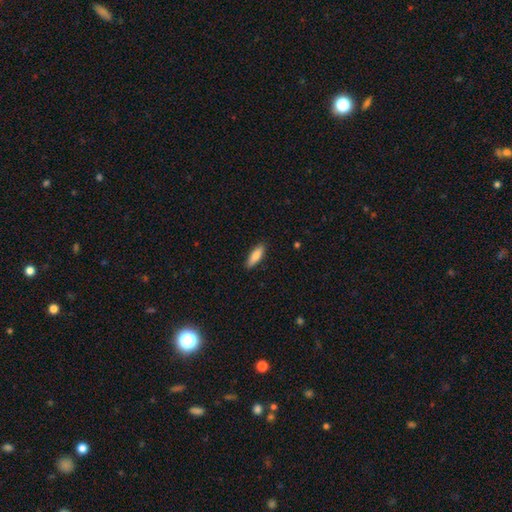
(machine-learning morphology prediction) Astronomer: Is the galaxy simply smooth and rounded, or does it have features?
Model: smooth — 82%.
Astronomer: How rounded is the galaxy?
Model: cigar-shaped — 51% (runner-up: in between, 47%).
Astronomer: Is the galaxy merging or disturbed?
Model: none — 89%.